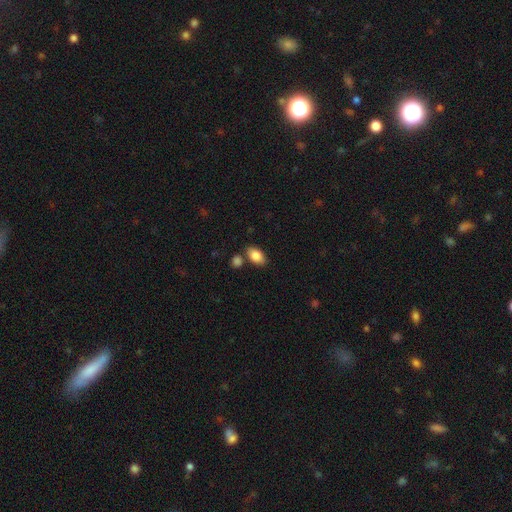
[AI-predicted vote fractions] Smooth or featured?
  - smooth: 86% *
  - star or artifact: 7%
  - featured or disk: 7%
How rounded?
  - in between: 91% *
  - round: 7%
  - cigar-shaped: 2%
Merging?
  - none: 74% *
  - merger: 12%
  - minor disturbance: 11%
  - major disturbance: 3%